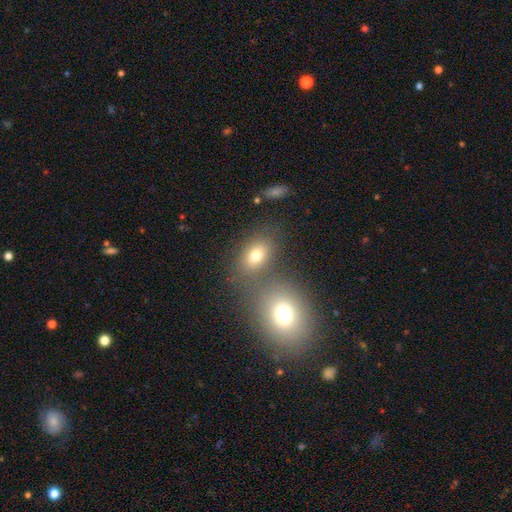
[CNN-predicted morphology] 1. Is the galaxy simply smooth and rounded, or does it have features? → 73% smooth, 15% star or artifact, 13% featured or disk.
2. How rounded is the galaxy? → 66% in between, 32% round, 2% cigar-shaped.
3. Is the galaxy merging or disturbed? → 61% none, 23% merger, 11% minor disturbance, 5% major disturbance.